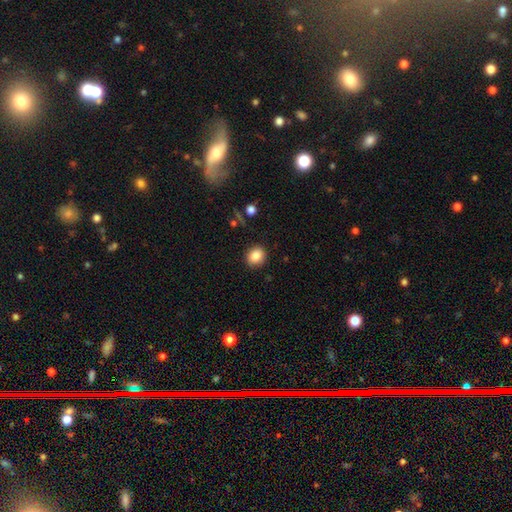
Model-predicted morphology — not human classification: smooth-or-featured: smooth: 86% | star or artifact: 9% | featured or disk: 5%
  how-rounded: round: 67% | in between: 32% | cigar-shaped: 1%
  merging: none: 88% | minor disturbance: 8% | major disturbance: 2% | merger: 1%